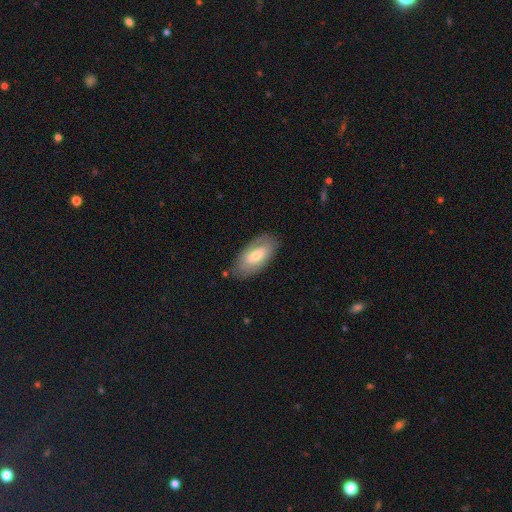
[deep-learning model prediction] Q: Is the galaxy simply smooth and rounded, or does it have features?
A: smooth — 53%.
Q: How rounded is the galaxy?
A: in between — 91%.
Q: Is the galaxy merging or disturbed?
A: none — 77%.